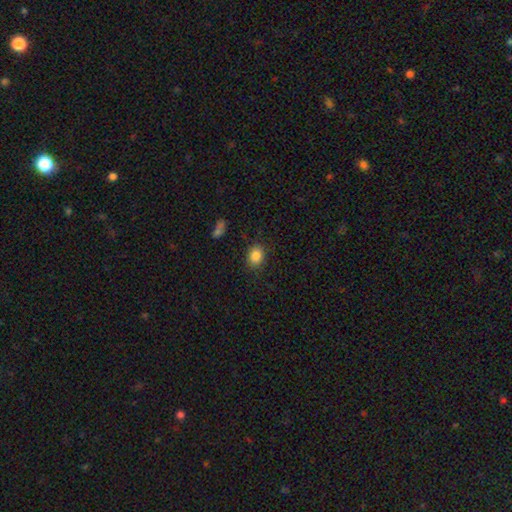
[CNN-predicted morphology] Smooth or featured? smooth (85%)
How rounded? in between (54%)
Merging? none (84%)